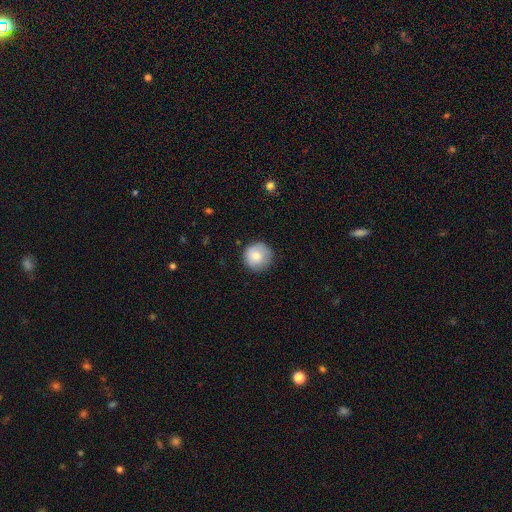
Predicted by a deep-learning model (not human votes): smooth-or-featured: smooth: 77% | featured or disk: 16% | star or artifact: 8%
  how-rounded: round: 95% | in between: 4% | cigar-shaped: 1%
  merging: none: 84% | minor disturbance: 13% | major disturbance: 3% | merger: 1%